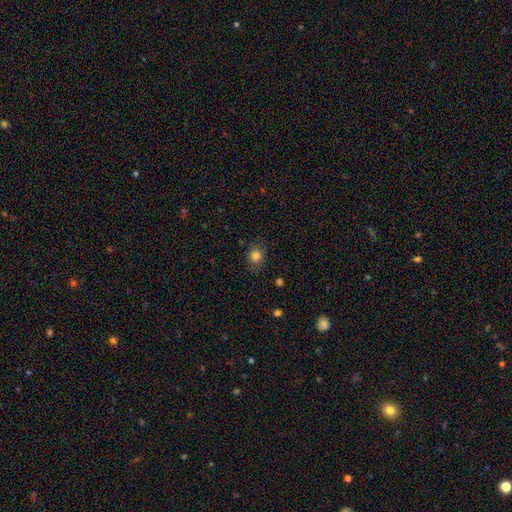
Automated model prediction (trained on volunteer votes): Smooth or featured?
  - smooth: 81% *
  - star or artifact: 11%
  - featured or disk: 8%
How rounded?
  - round: 60% *
  - in between: 39%
  - cigar-shaped: 1%
Merging?
  - none: 78% *
  - minor disturbance: 16%
  - major disturbance: 5%
  - merger: 1%